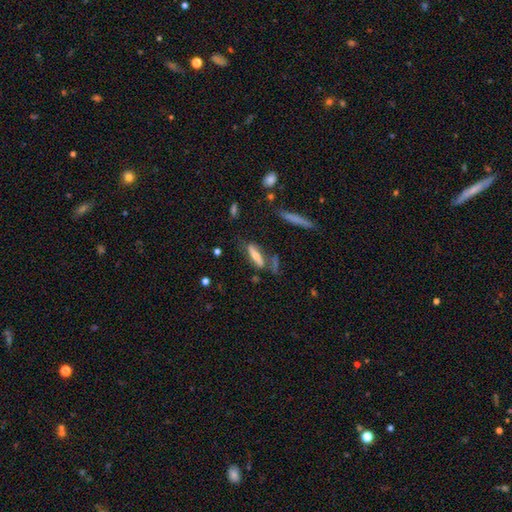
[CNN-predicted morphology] This appears to be a smooth galaxy with no disk features (47%). Merging: none (52%).